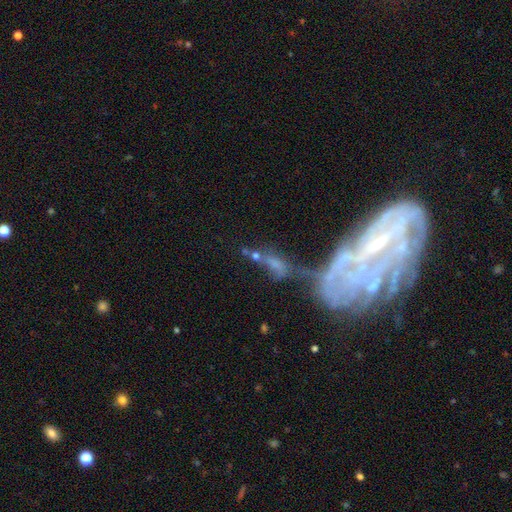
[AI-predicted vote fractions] Smooth or featured? featured or disk (53%)
Edge-on disk? no (79%)
Merging? merger (39%)